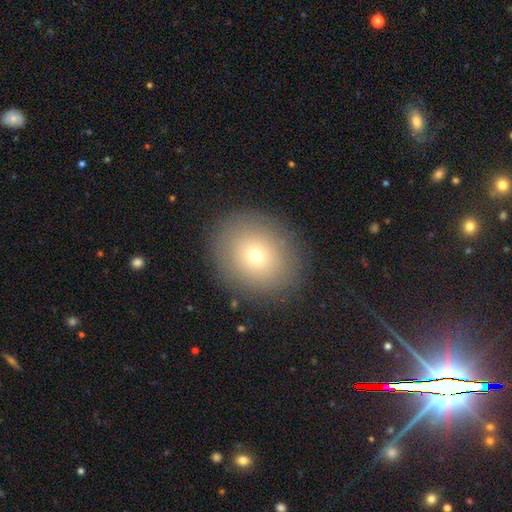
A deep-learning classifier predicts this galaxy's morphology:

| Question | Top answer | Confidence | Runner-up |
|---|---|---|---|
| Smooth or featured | smooth | 71% | star or artifact (14%) |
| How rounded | round | 71% | in between (28%) |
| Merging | none | 87% | minor disturbance (8%) |